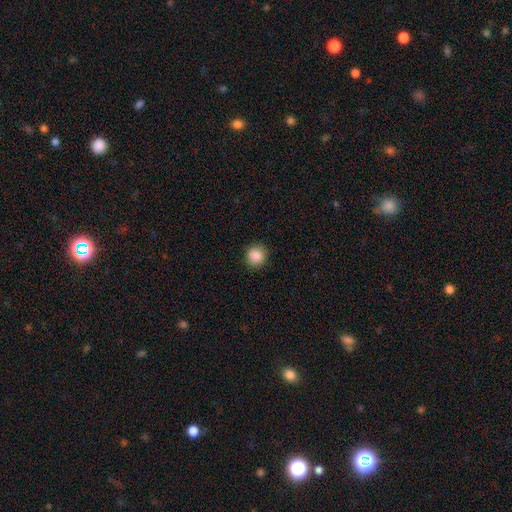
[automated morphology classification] Smooth or featured?
  - smooth: 88% *
  - star or artifact: 9%
  - featured or disk: 3%
How rounded?
  - round: 90% *
  - in between: 9%
  - cigar-shaped: 1%
Merging?
  - none: 90% *
  - minor disturbance: 7%
  - major disturbance: 2%
  - merger: 1%